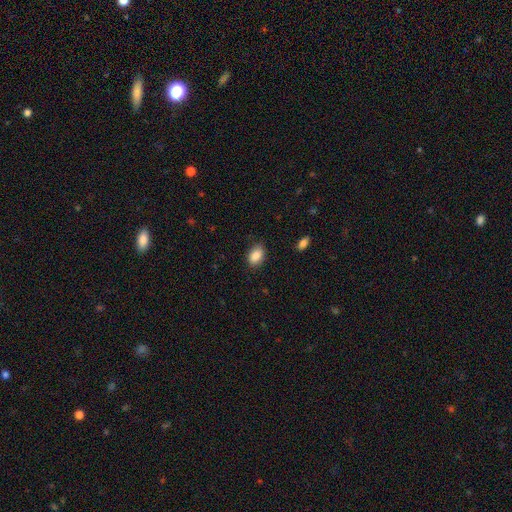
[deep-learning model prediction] Q: Smooth or featured?
A: smooth (88%); runner-up: star or artifact (8%)
Q: How rounded?
A: in between (85%); runner-up: round (14%)
Q: Merging?
A: none (85%); runner-up: minor disturbance (11%)